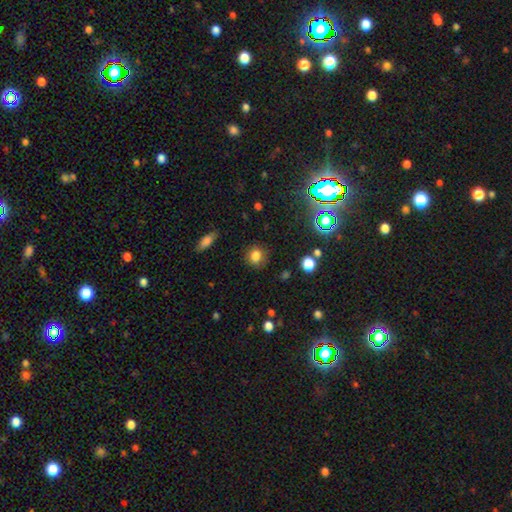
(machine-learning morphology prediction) A smooth galaxy with no disk features (80%) that is round (71%).

Vote fractions:
- Smooth or featured? smooth: 80% / star or artifact: 13% / featured or disk: 7%
- How rounded? round: 71% / in between: 28% / cigar-shaped: 1%
- Merging? none: 82% / minor disturbance: 13% / major disturbance: 4% / merger: 2%